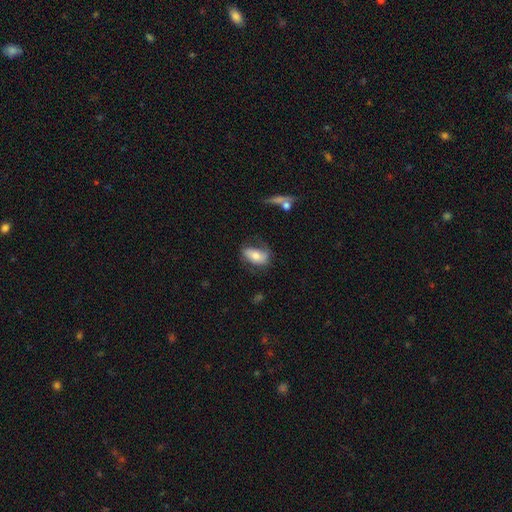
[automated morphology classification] A smooth galaxy with no disk features (55%) that is in between round and cigar-shaped (88%).

Vote fractions:
- Smooth or featured? smooth: 55% / featured or disk: 38% / star or artifact: 7%
- How rounded? in between: 88% / round: 7% / cigar-shaped: 4%
- Merging? none: 50% / minor disturbance: 27% / major disturbance: 20% / merger: 3%